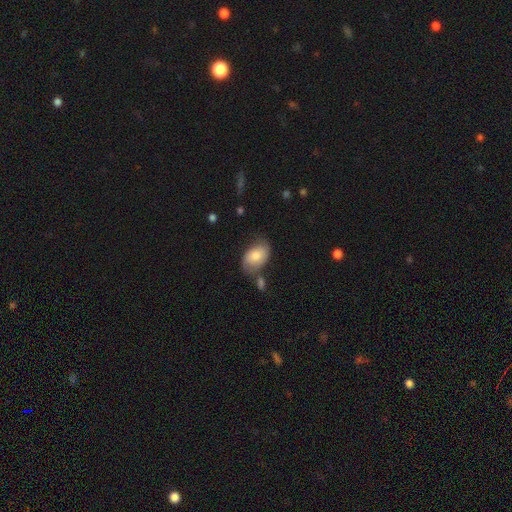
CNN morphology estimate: This appears to be a smooth galaxy with no disk features (74%) that is in between round and cigar-shaped (90%). Merging: none (57%).